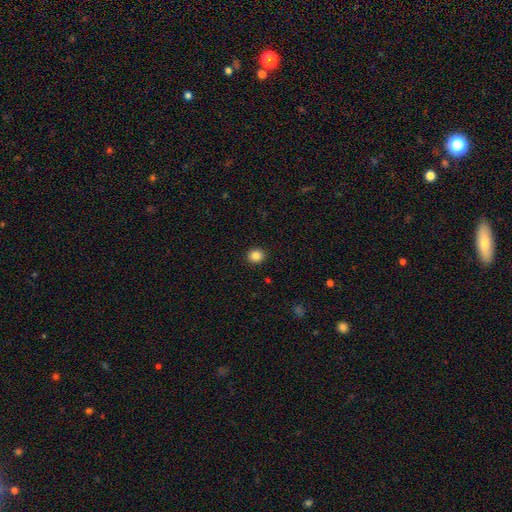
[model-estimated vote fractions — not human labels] Overall: smooth (86%). How rounded: round (79%). Merging: none (92%).